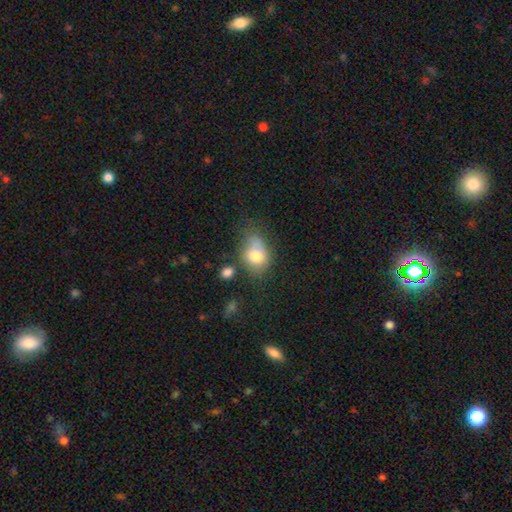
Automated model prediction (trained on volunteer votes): Morphology: type=smooth (75%); roundness=in between (67%); merging=none (37%).